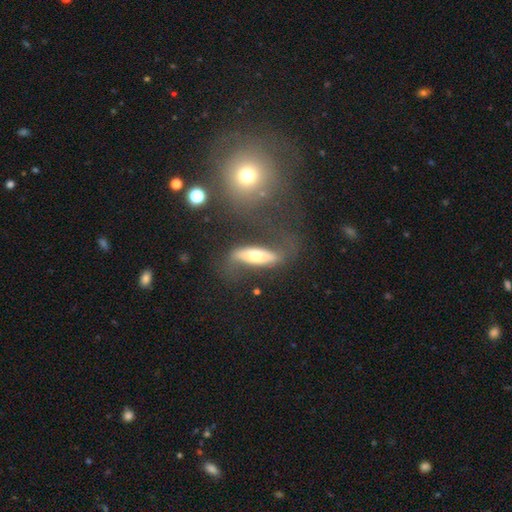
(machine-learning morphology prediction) Smooth or featured: featured or disk — 58% (smooth — 35%)
Edge-on disk: no — 70% (yes — 30%)
Merging: none — 49% (major disturbance — 24%)